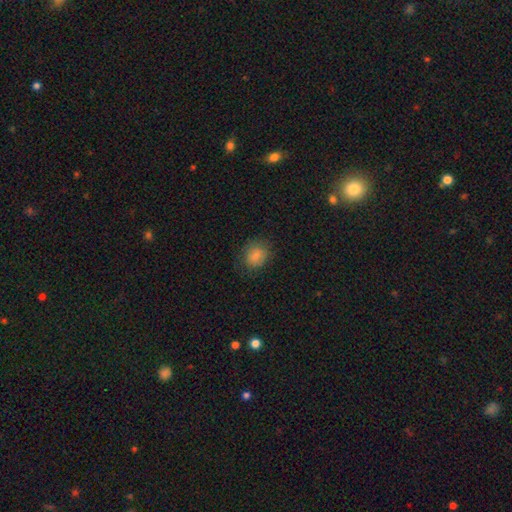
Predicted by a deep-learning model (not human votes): Q: Smooth or featured?
A: smooth (83%); runner-up: star or artifact (9%)
Q: How rounded?
A: round (58%); runner-up: in between (41%)
Q: Merging?
A: none (80%); runner-up: minor disturbance (14%)